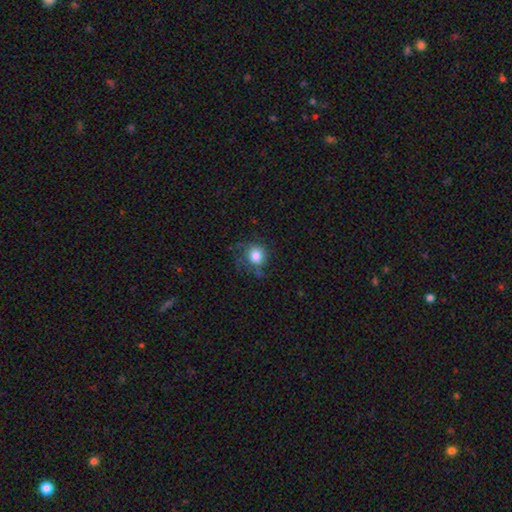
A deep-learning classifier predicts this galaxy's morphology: smooth_or_featured: smooth (p=0.81) [alt: featured or disk p=0.10]
how_rounded: round (p=0.83) [alt: in between p=0.16]
merging: none (p=0.60) [alt: minor disturbance p=0.24]